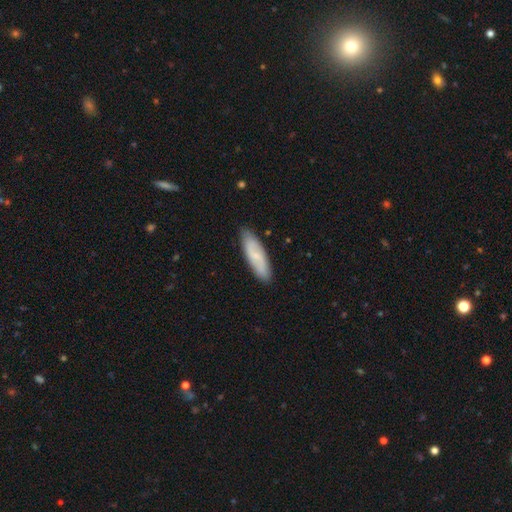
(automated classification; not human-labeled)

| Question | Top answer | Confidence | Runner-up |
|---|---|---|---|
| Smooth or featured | smooth | 60% | featured or disk (34%) |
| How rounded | cigar-shaped | 57% | in between (41%) |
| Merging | none | 85% | minor disturbance (12%) |